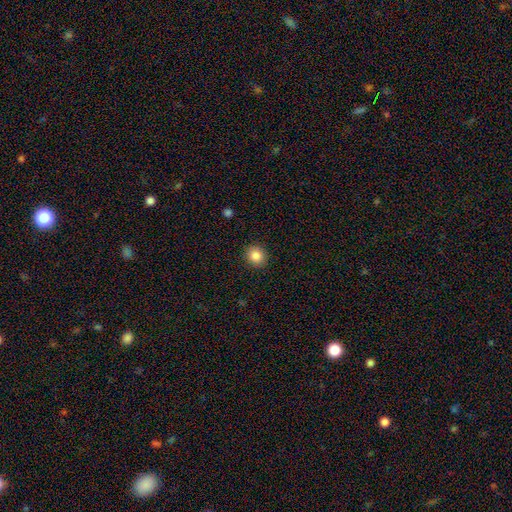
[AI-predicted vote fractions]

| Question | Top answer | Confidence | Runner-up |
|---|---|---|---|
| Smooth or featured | smooth | 86% | star or artifact (10%) |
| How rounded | round | 84% | in between (15%) |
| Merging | none | 91% | minor disturbance (6%) |